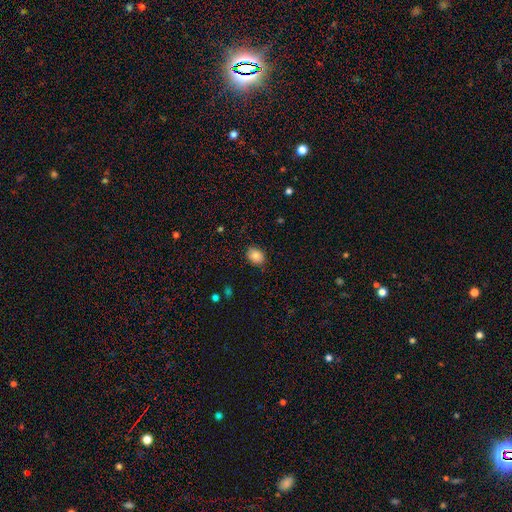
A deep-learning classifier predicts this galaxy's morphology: A smooth galaxy with no disk features (85%) that is in between round and cigar-shaped (59%). Merging: none (83%).